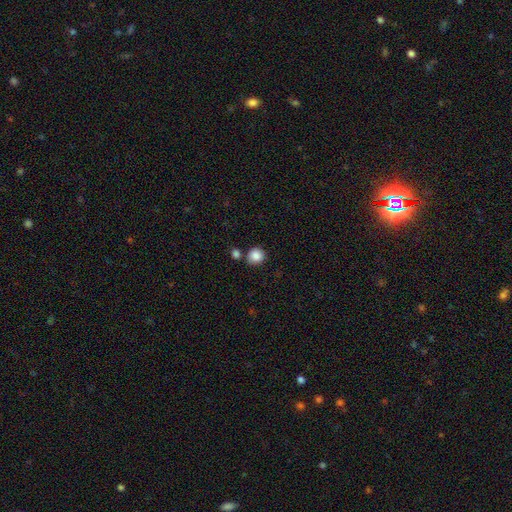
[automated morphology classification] type=smooth (87%); roundness=round (88%); merging=none (74%).